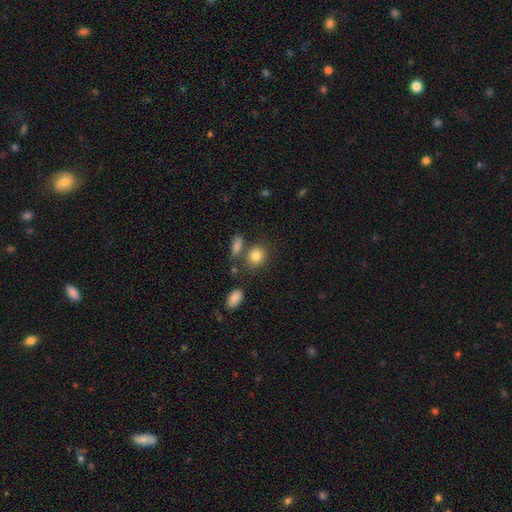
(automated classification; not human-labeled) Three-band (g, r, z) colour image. It shows a smooth galaxy with no disk features (83%) that is round (56%). Merging: none (68%).